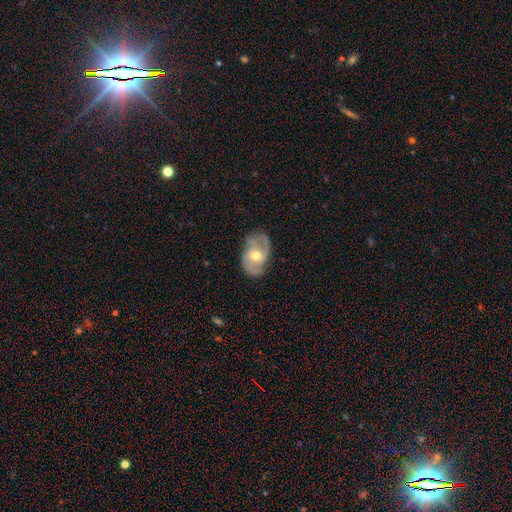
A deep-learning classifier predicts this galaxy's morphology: featured or disk 83%, smooth 12%, star or artifact 5%. Down the decision tree: edge-on disk — no (96%); bar — no (60%); spiral arms — yes (95%); spiral arm count — 2 (52%); spiral winding — medium (50%); bulge size — moderate (68%); merging — none (76%).